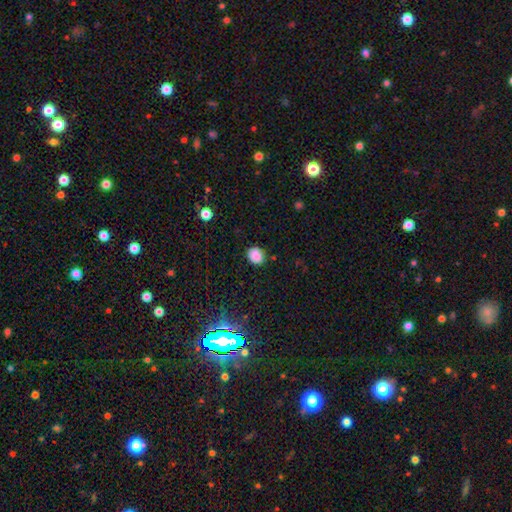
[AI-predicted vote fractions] Q: Smooth or featured?
A: smooth (85%); runner-up: star or artifact (11%)
Q: How rounded?
A: round (63%); runner-up: in between (36%)
Q: Merging?
A: none (84%); runner-up: minor disturbance (12%)